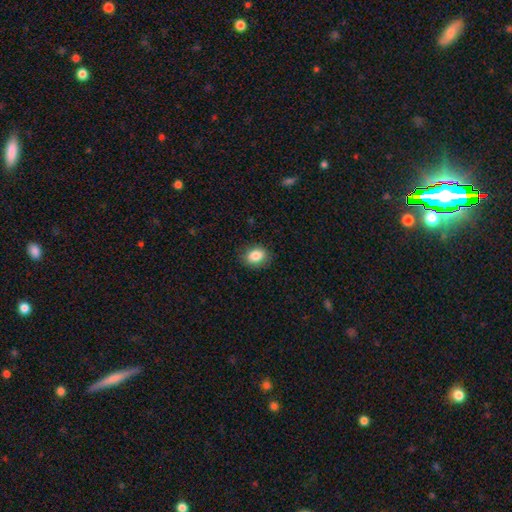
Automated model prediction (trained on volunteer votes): Q: Smooth or featured?
A: smooth (85%); runner-up: star or artifact (9%)
Q: How rounded?
A: in between (66%); runner-up: round (33%)
Q: Merging?
A: none (85%); runner-up: minor disturbance (11%)